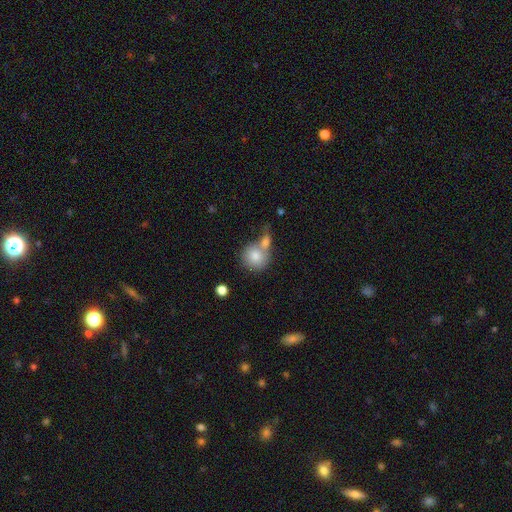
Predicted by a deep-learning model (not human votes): Smooth or featured?
  - smooth: 80% *
  - featured or disk: 12%
  - star or artifact: 8%
How rounded?
  - round: 88% *
  - in between: 11%
  - cigar-shaped: 1%
Merging?
  - merger: 44% *
  - none: 42%
  - minor disturbance: 10%
  - major disturbance: 4%